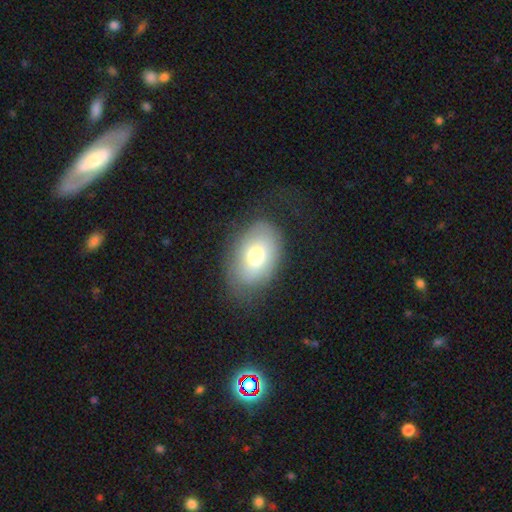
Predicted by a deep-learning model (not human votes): smooth 69%, featured or disk 21%, star or artifact 10%. Down the decision tree: how rounded — in between (82%); merging — none (68%).